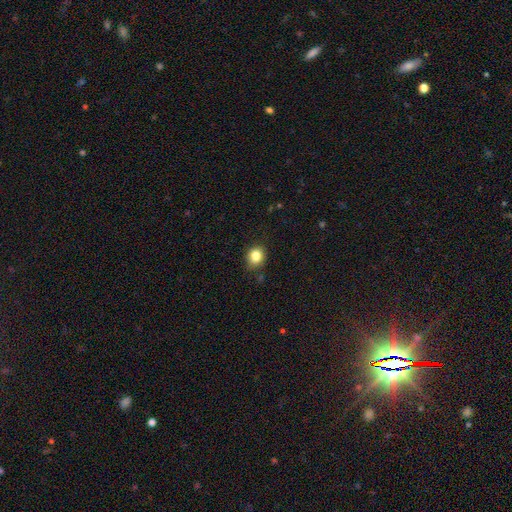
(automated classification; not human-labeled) Smooth or featured?
  - smooth: 82% *
  - star or artifact: 11%
  - featured or disk: 6%
How rounded?
  - round: 69% *
  - in between: 30%
  - cigar-shaped: 1%
Merging?
  - none: 82% *
  - minor disturbance: 13%
  - major disturbance: 3%
  - merger: 2%